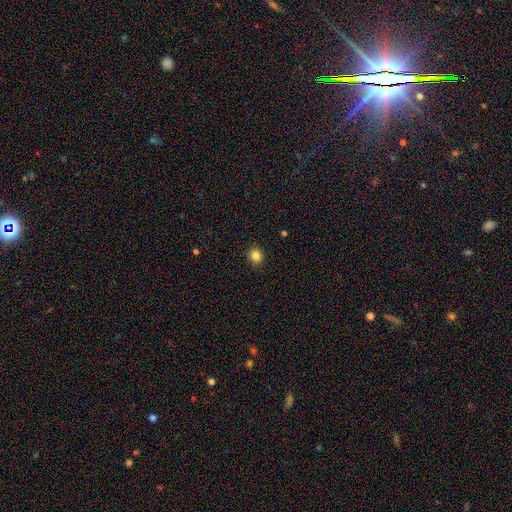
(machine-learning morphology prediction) Q: Smooth or featured?
A: smooth (84%); runner-up: star or artifact (12%)
Q: How rounded?
A: round (83%); runner-up: in between (16%)
Q: Merging?
A: none (92%); runner-up: minor disturbance (6%)